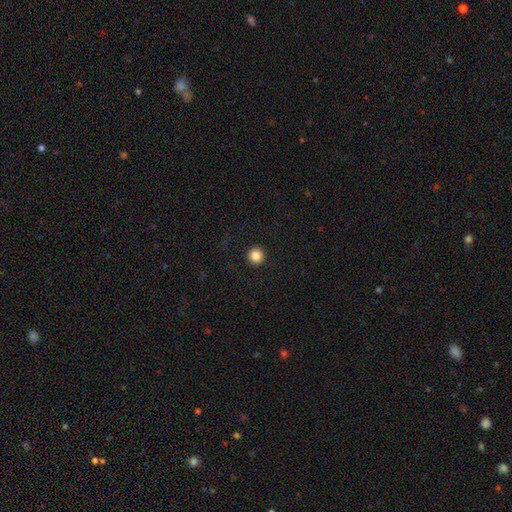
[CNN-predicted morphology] Smooth or featured?
  - smooth: 86% *
  - star or artifact: 11%
  - featured or disk: 4%
How rounded?
  - round: 96% *
  - in between: 3%
  - cigar-shaped: 1%
Merging?
  - none: 94% *
  - minor disturbance: 4%
  - major disturbance: 2%
  - merger: 1%